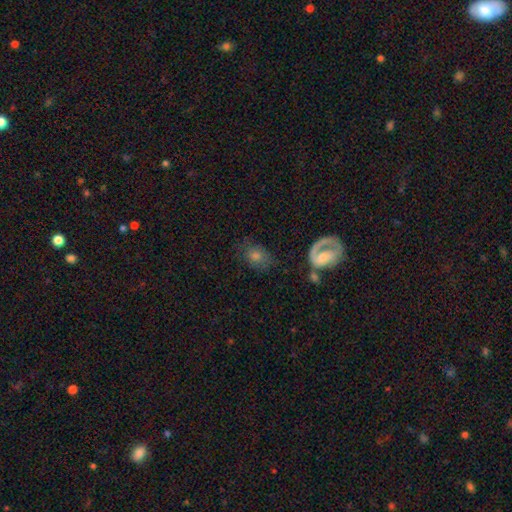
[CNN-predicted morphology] Smooth or featured? Predicted: smooth (p=0.53). How rounded? Predicted: in between (p=0.57). Merging? Predicted: none (p=0.66).